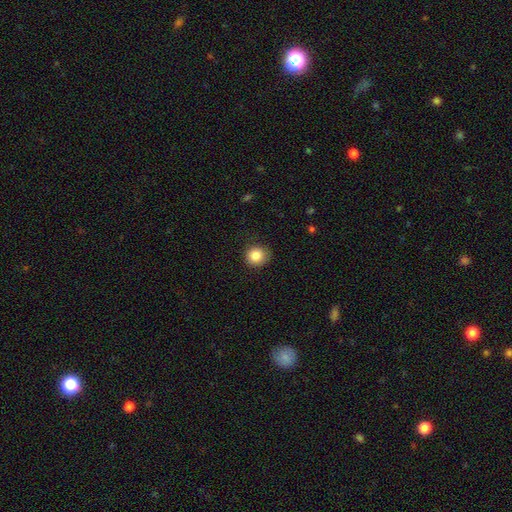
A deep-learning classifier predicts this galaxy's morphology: Smooth or featured?
  - smooth: 85% *
  - star or artifact: 10%
  - featured or disk: 6%
How rounded?
  - round: 87% *
  - in between: 12%
  - cigar-shaped: 1%
Merging?
  - none: 83% *
  - minor disturbance: 13%
  - major disturbance: 3%
  - merger: 1%